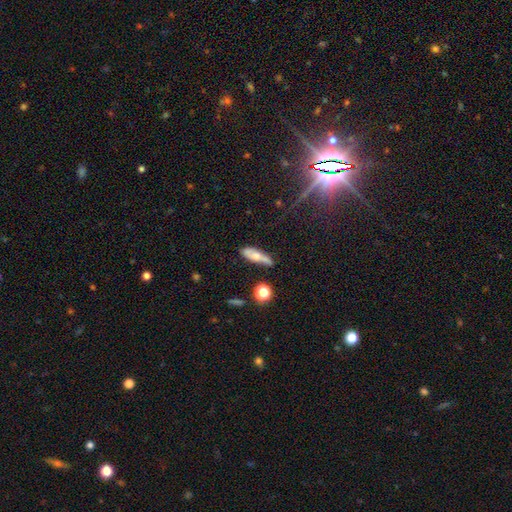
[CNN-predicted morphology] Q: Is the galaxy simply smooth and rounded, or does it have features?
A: smooth — 60%.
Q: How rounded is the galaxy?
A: cigar-shaped — 50%.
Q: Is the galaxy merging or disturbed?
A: none — 55%.